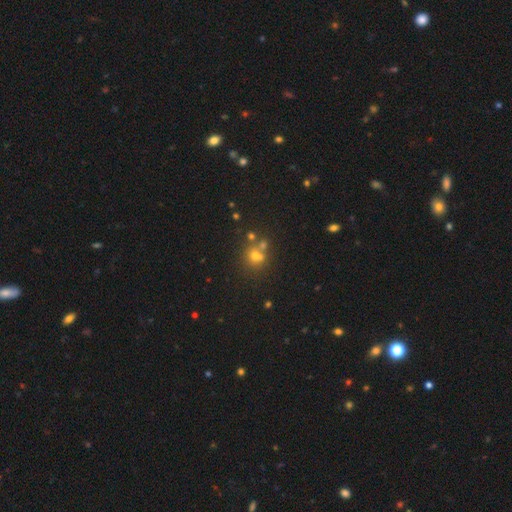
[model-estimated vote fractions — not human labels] A smooth galaxy with no disk features (62%) that is round (77%). Merging: none (52%).